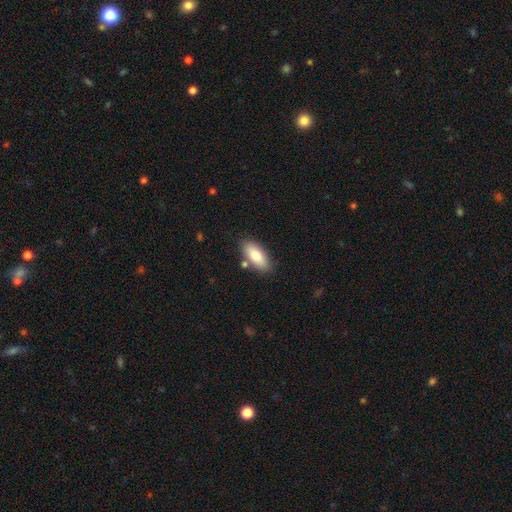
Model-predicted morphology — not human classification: A smooth galaxy with no disk features (81%) that is in between round and cigar-shaped (87%). Merging: none (79%).